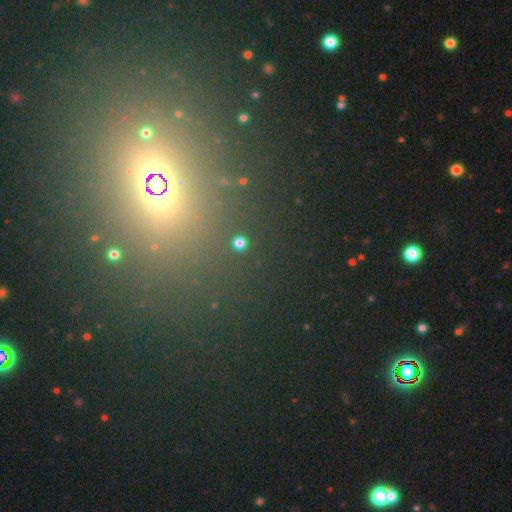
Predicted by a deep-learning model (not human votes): A star or artifact, not a galaxy (54%).

Vote fractions:
- Smooth or featured? star or artifact: 54% / smooth: 33% / featured or disk: 12%